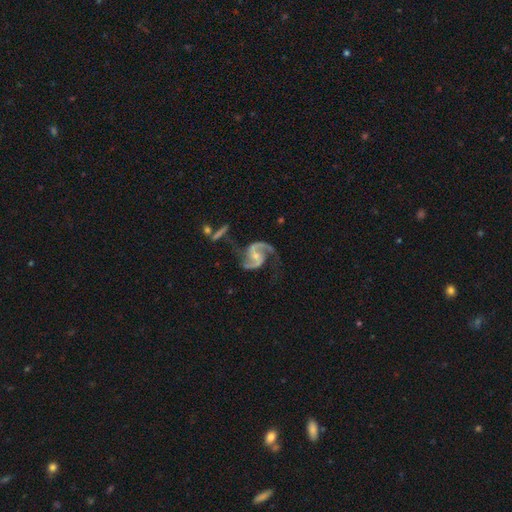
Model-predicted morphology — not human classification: A featured or disk galaxy (93%) with no bar (49%), 2 (93%) medium (55%) spiral arms (98%) and a small central bulge (54%). Merging: none (64%).